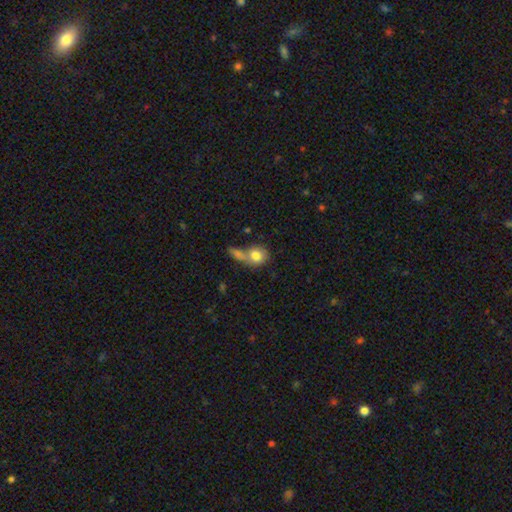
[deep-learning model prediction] Q: Smooth or featured?
A: smooth (78%); runner-up: featured or disk (14%)
Q: How rounded?
A: round (63%); runner-up: in between (35%)
Q: Merging?
A: merger (46%); runner-up: none (32%)